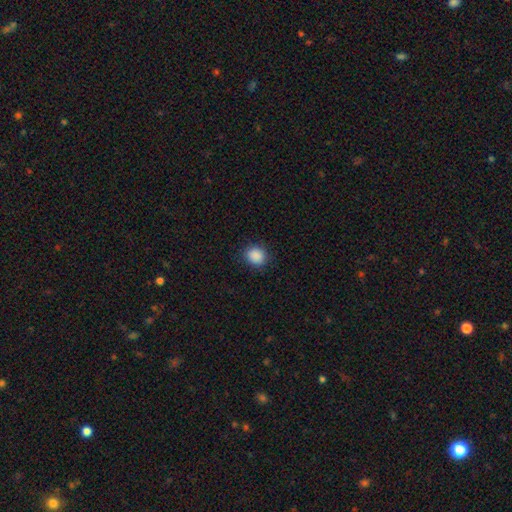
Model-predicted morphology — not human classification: smooth 89%, star or artifact 9%, featured or disk 3%. Down the decision tree: how rounded — round (76%); merging — none (88%).